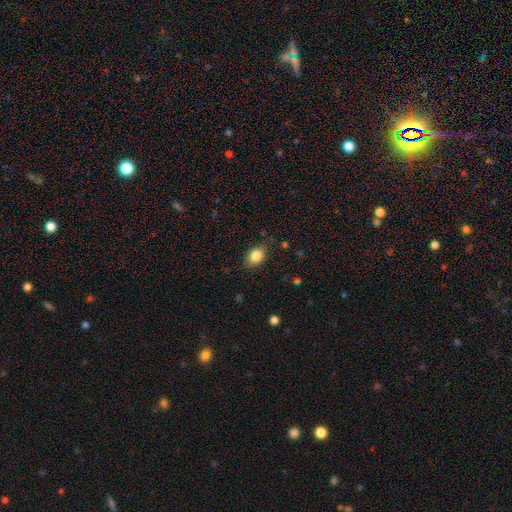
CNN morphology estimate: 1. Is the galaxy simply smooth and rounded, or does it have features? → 83% smooth, 9% star or artifact, 8% featured or disk.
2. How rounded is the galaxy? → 71% in between, 28% round, 1% cigar-shaped.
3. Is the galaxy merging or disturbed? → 81% none, 15% minor disturbance, 3% major disturbance, 1% merger.